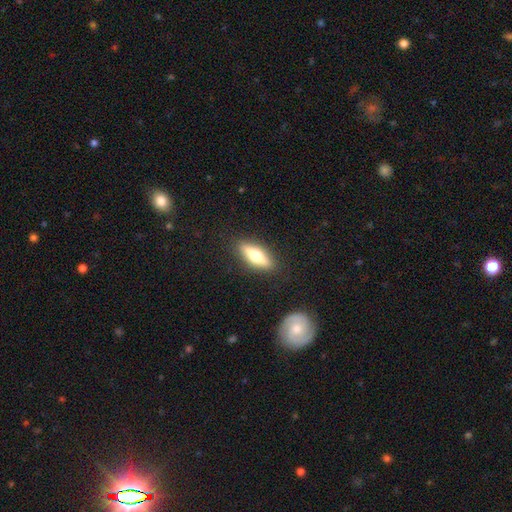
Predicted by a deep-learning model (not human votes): A smooth galaxy with no disk features (48%). Merging: none (88%).